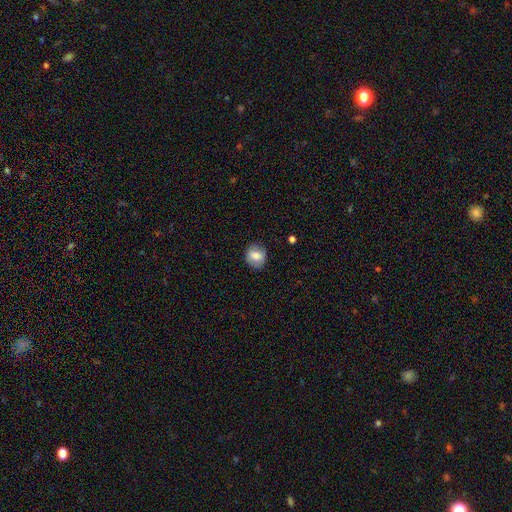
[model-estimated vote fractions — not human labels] This appears to be a smooth galaxy with no disk features (75%) that is round (67%). Merging: none (82%).